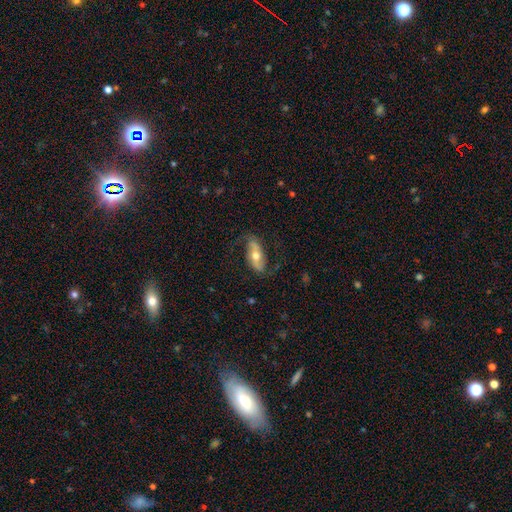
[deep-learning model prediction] Overall: featured or disk (60%; smooth 34%). Edge-on disk: no (84%). Bar: no (49%; weak 27%). Spiral arms: yes (78%). Bulge size: moderate (74%). Merging: none (71%).